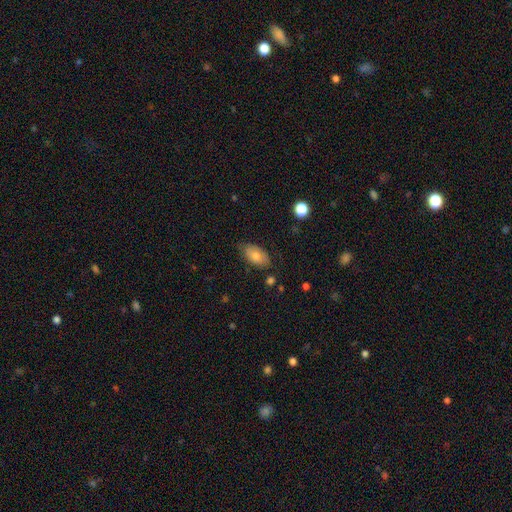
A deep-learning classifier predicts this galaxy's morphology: smooth 77%, featured or disk 16%, star or artifact 7%. Down the decision tree: how rounded — in between (93%); merging — none (75%).